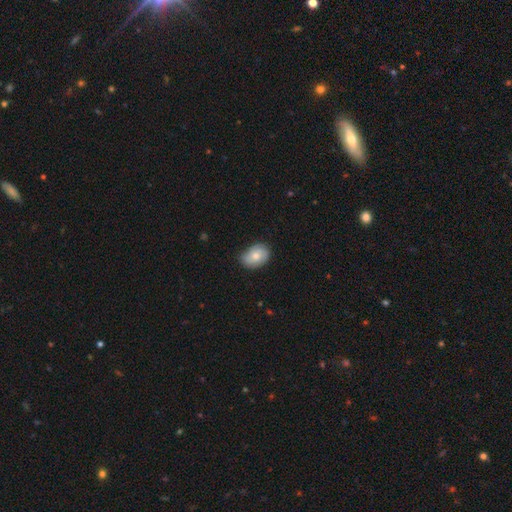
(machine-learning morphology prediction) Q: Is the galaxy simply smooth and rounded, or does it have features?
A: smooth — 59%.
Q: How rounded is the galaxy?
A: in between — 75%.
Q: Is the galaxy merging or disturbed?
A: none — 73%.